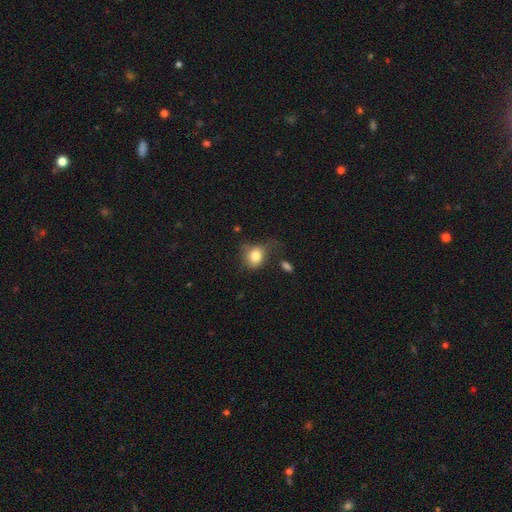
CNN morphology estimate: This appears to be a smooth galaxy with no disk features (79%) that is round (61%). Merging: none (46%).